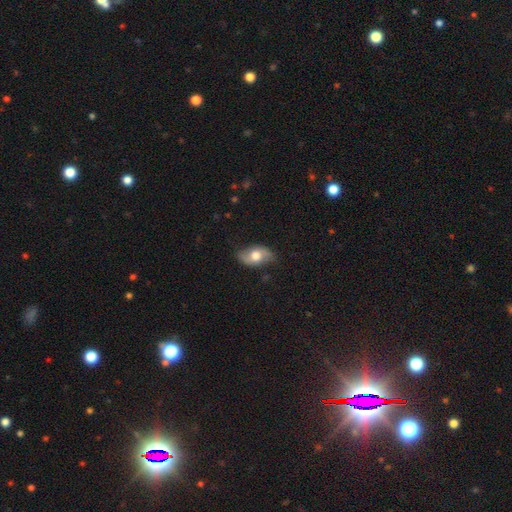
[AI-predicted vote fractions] smooth_or_featured: smooth (p=0.51) [alt: featured or disk p=0.42]
how_rounded: in between (p=0.88) [alt: round p=0.09]
merging: none (p=0.77) [alt: minor disturbance p=0.18]